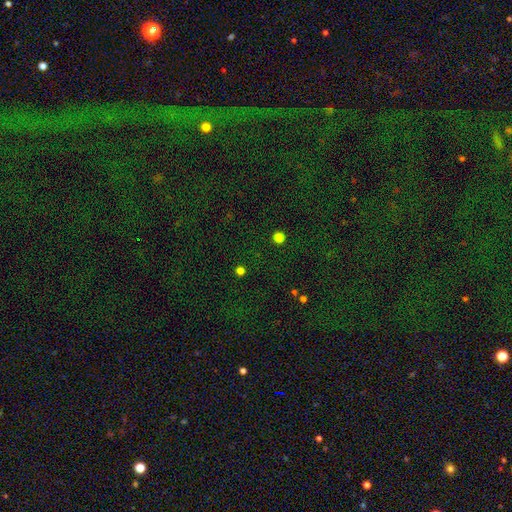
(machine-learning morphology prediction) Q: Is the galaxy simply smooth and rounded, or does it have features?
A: star or artifact — 84%.